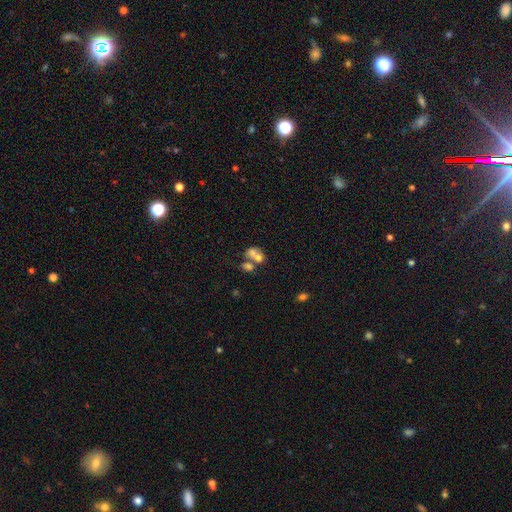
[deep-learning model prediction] Smooth or featured?
  - smooth: 61% *
  - featured or disk: 26%
  - star or artifact: 13%
How rounded?
  - in between: 58% *
  - round: 40%
  - cigar-shaped: 1%
Merging?
  - merger: 65% *
  - none: 20%
  - major disturbance: 7%
  - minor disturbance: 7%